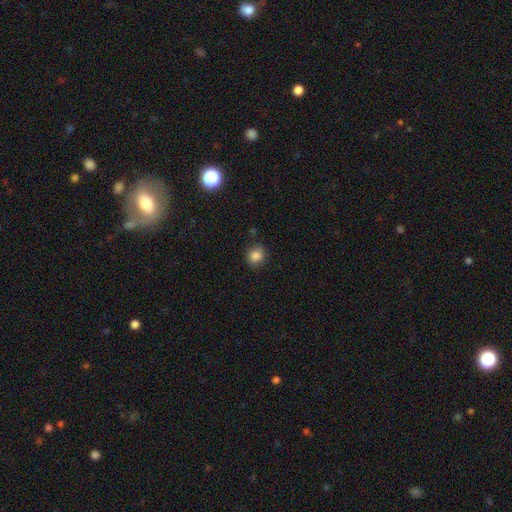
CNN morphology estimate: This is clearly a smooth galaxy (83%). How rounded: likely round (79%). Merging: likely none (79%).